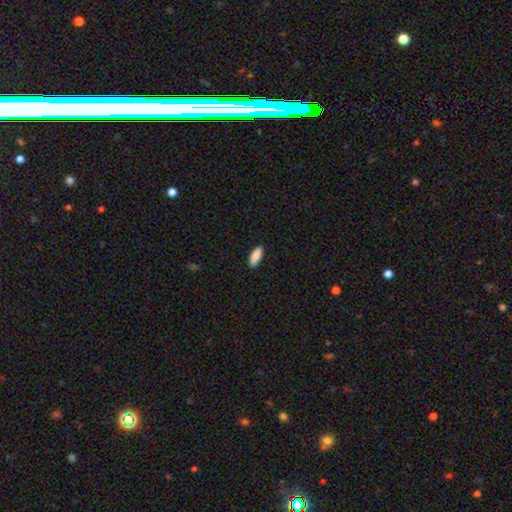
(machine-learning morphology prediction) Smooth or featured: smooth — 89% (star or artifact — 6%)
How rounded: in between — 77% (cigar-shaped — 21%)
Merging: none — 88% (minor disturbance — 9%)